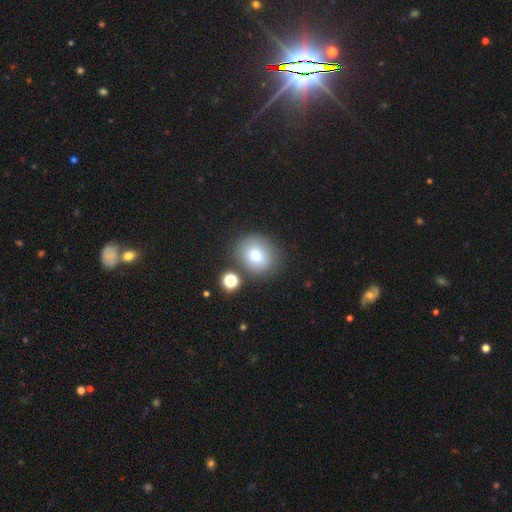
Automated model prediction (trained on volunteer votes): A smooth galaxy with no disk features (78%) that is round (65%). Merging: none (76%).